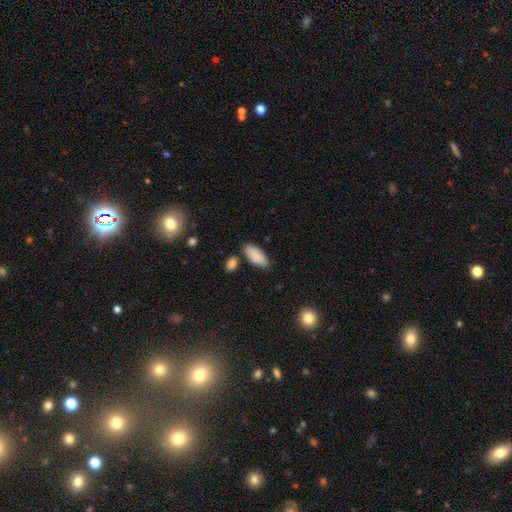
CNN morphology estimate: smooth-or-featured: smooth: 88% | star or artifact: 6% | featured or disk: 6%
  how-rounded: in between: 87% | cigar-shaped: 11% | round: 2%
  merging: none: 78% | minor disturbance: 13% | merger: 6% | major disturbance: 3%